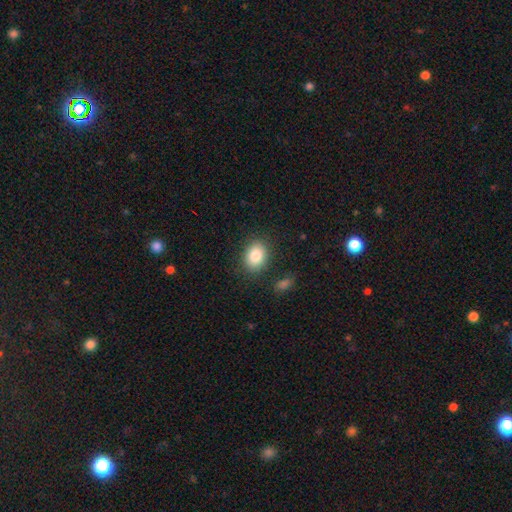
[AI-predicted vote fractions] smooth_or_featured: smooth (p=0.84) [alt: star or artifact p=0.08]
how_rounded: in between (p=0.65) [alt: round p=0.34]
merging: none (p=0.84) [alt: minor disturbance p=0.10]